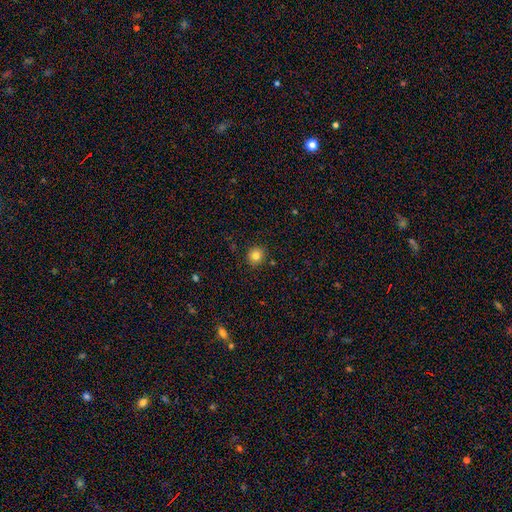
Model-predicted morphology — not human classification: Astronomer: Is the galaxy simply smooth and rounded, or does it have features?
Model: smooth — 81%.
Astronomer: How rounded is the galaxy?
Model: round — 87%.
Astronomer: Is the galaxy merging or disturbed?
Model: none — 89%.